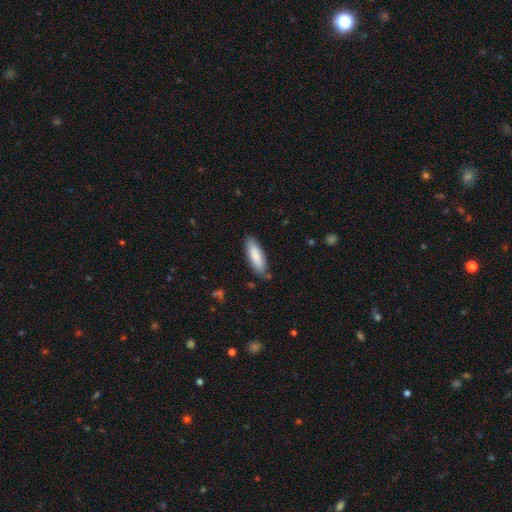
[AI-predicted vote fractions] Smooth or featured? smooth (85%)
How rounded? in between (49%, tied with cigar-shaped)
Merging? none (84%)